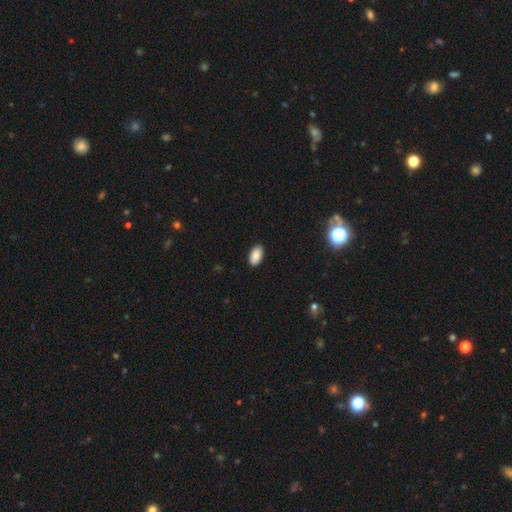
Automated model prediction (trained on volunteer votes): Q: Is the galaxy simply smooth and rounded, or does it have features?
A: smooth — 88%.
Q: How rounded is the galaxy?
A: in between — 95%.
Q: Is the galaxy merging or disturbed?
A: none — 89%.